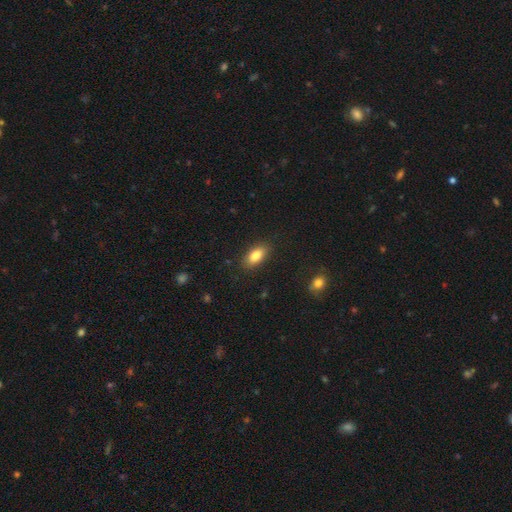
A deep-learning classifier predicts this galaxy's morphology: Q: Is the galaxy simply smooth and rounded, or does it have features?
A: smooth — 82%.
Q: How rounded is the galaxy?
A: in between — 87%.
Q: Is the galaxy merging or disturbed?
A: none — 87%.